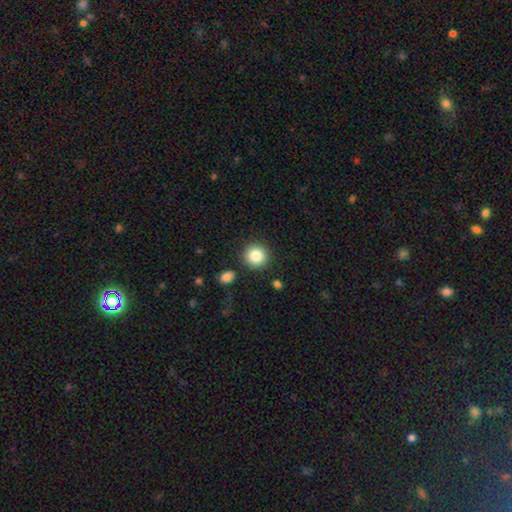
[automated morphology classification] type=smooth (85%); roundness=round (93%); merging=none (87%).